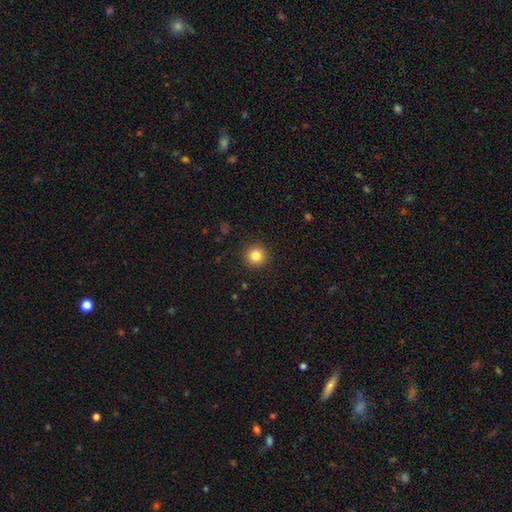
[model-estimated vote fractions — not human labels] smooth_or_featured: smooth (p=0.83) [alt: star or artifact p=0.11]
how_rounded: round (p=0.95) [alt: in between p=0.04]
merging: none (p=0.92) [alt: minor disturbance p=0.05]